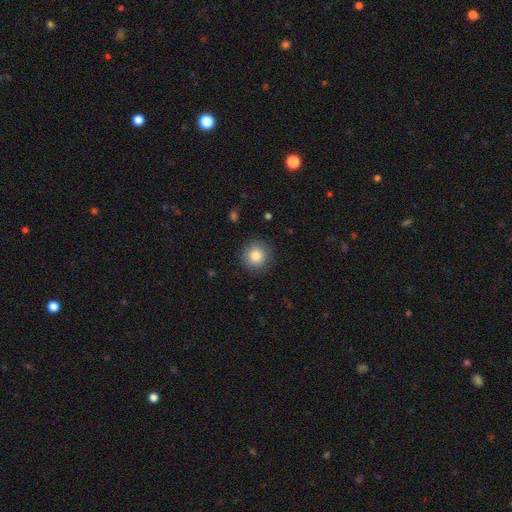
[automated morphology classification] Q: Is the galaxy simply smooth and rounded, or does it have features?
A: smooth — 85%.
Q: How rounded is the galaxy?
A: round — 94%.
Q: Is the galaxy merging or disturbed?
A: none — 89%.